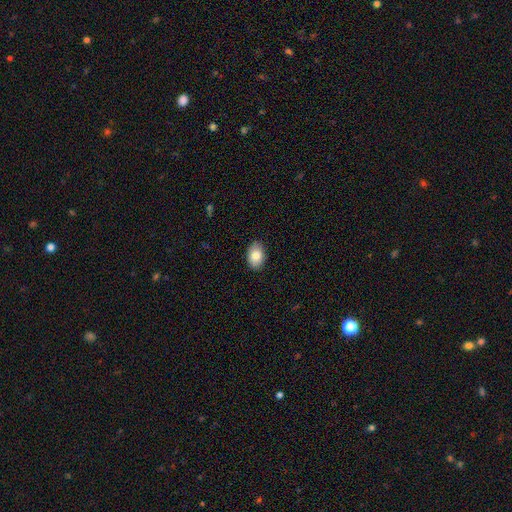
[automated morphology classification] Smooth or featured? smooth (83%)
How rounded? in between (88%)
Merging? none (88%)